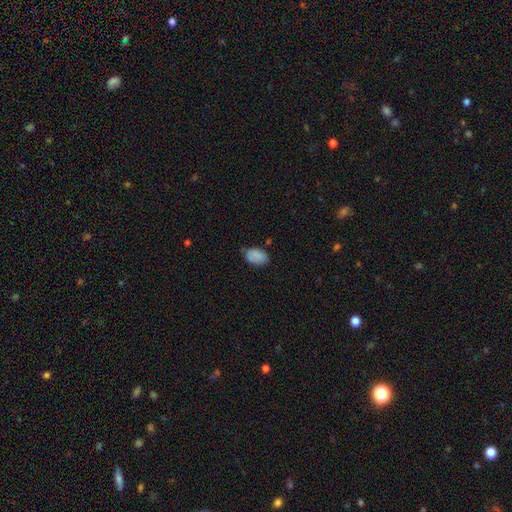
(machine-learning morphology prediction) A smooth galaxy with no disk features (83%) that is in between round and cigar-shaped (90%). Merging: none (70%).